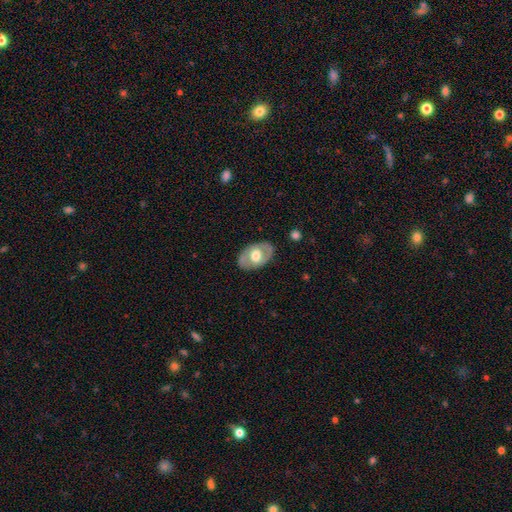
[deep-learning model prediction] Smooth or featured? featured or disk (53%)
Edge-on disk? no (89%)
Merging? none (83%)